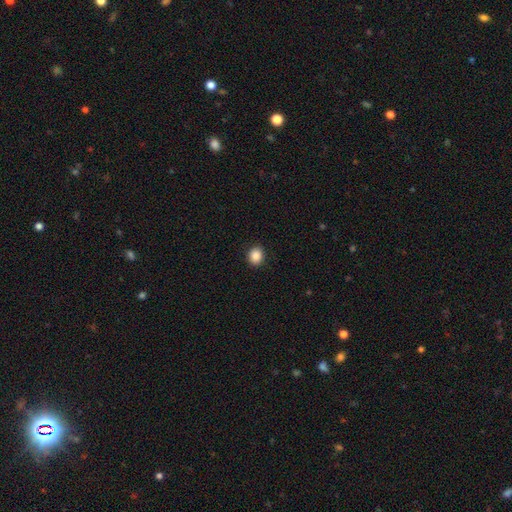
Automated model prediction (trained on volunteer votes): This appears to be a smooth galaxy with no disk features (88%) that is round (68%). Merging: none (91%).